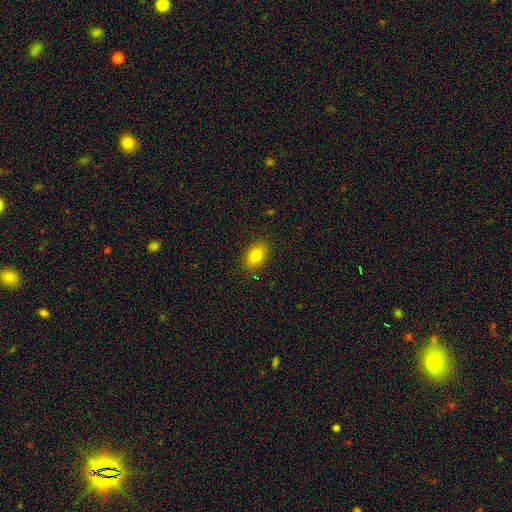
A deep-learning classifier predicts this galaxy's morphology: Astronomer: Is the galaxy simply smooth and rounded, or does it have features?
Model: smooth — 82%.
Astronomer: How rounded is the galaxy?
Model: in between — 85%.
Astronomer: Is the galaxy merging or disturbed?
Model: none — 88%.